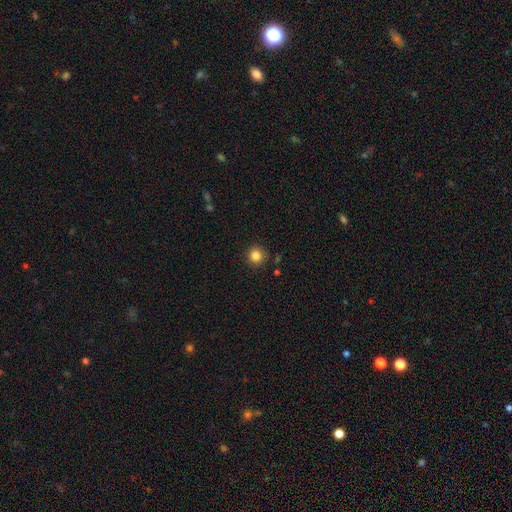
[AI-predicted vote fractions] This is clearly a smooth galaxy (84%). How rounded: clearly round (94%). Merging: clearly none (89%).